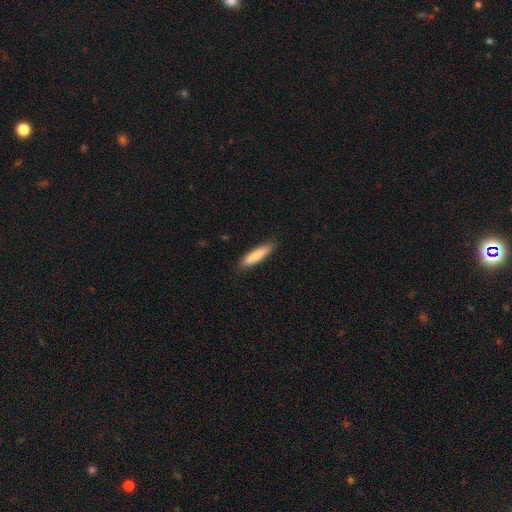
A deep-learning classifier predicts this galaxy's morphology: This is clearly a smooth galaxy (81%). How rounded: likely cigar-shaped (78%). Merging: clearly none (86%).